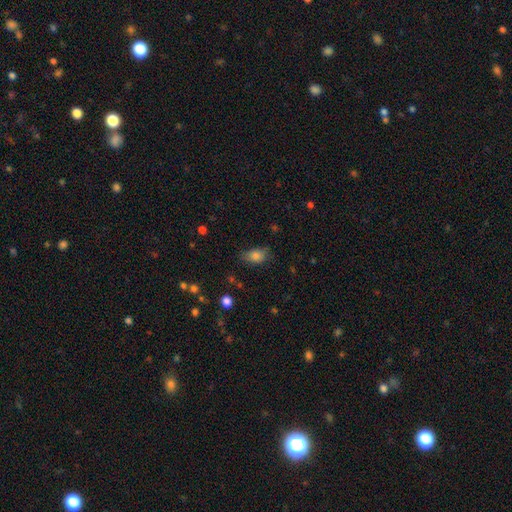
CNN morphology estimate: Q: Smooth or featured?
A: smooth (82%); runner-up: star or artifact (10%)
Q: How rounded?
A: in between (82%); runner-up: round (15%)
Q: Merging?
A: none (70%); runner-up: minor disturbance (22%)